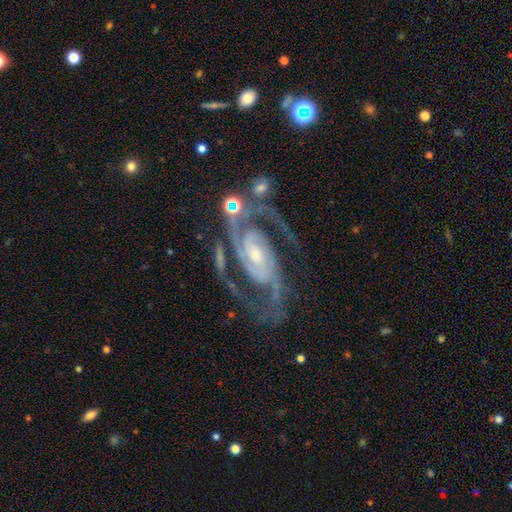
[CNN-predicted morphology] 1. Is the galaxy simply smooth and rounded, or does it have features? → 93% featured or disk, 5% star or artifact, 3% smooth.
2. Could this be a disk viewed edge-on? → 97% no, 3% yes.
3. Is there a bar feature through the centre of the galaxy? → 45% no, 35% weak, 20% strong.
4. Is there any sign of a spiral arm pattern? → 98% yes, 2% no.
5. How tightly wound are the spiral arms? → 49% medium, 42% tight, 8% loose.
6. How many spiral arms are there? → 87% 2, 6% 3, 3% can't tell, 2% 1, 2% 4, 2% more than 4.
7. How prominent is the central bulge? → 56% small, 37% moderate, 4% large, 3% none, 1% dominant.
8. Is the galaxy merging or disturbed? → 64% none, 17% minor disturbance, 12% major disturbance, 8% merger.